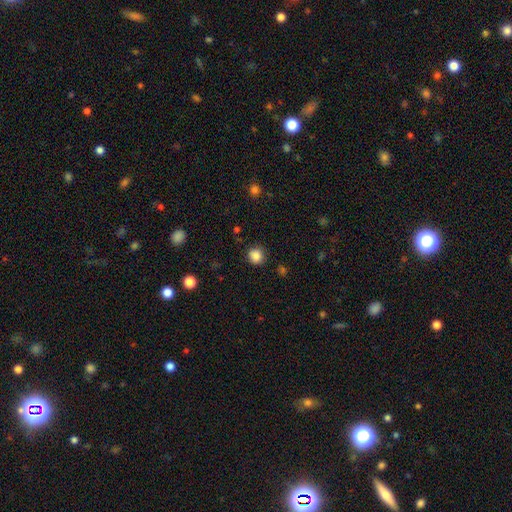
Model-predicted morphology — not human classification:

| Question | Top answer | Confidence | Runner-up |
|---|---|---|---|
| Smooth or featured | smooth | 86% | star or artifact (11%) |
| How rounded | round | 91% | in between (8%) |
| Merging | none | 87% | minor disturbance (9%) |